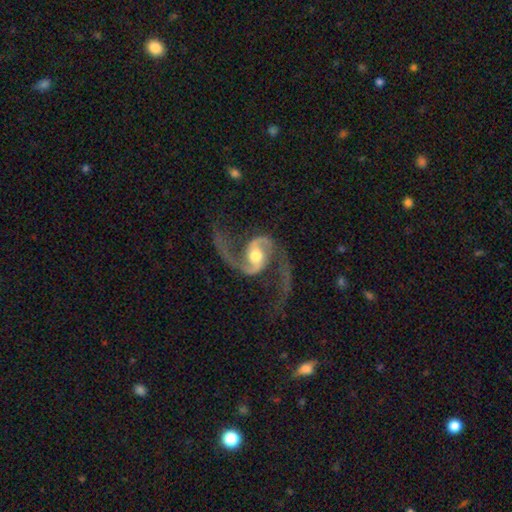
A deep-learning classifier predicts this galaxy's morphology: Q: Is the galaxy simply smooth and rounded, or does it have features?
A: featured or disk — 93%.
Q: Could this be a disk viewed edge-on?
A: no — 98%.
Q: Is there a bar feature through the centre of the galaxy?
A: no — 41%.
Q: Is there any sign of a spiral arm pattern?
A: yes — 98%.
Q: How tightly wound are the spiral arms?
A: loose — 68%.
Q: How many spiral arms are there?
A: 2 — 94%.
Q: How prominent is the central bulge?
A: moderate — 71%.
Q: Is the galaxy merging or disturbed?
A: none — 67%.